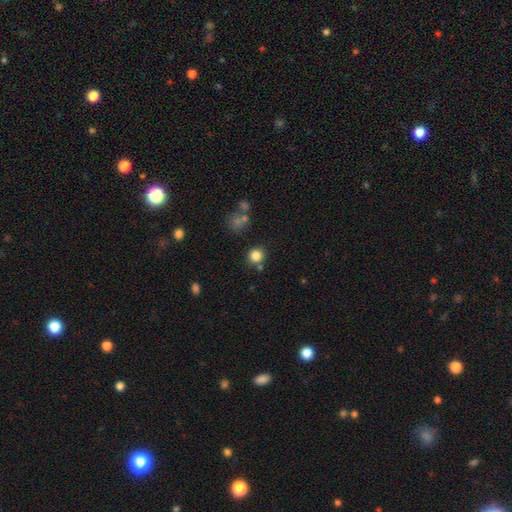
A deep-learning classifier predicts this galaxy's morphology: A smooth galaxy with no disk features (82%) that is round (89%).

Vote fractions:
- Smooth or featured? smooth: 82% / star or artifact: 12% / featured or disk: 6%
- How rounded? round: 89% / in between: 10% / cigar-shaped: 1%
- Merging? none: 79% / minor disturbance: 9% / merger: 9% / major disturbance: 3%